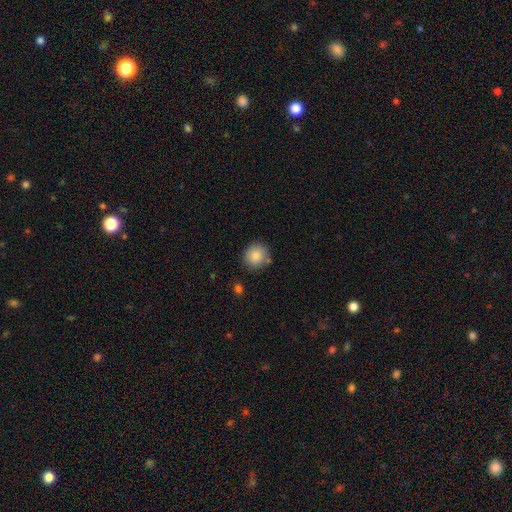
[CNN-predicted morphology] Smooth or featured? Predicted: smooth (p=0.87). How rounded? Predicted: round (p=0.86). Merging? Predicted: none (p=0.81).